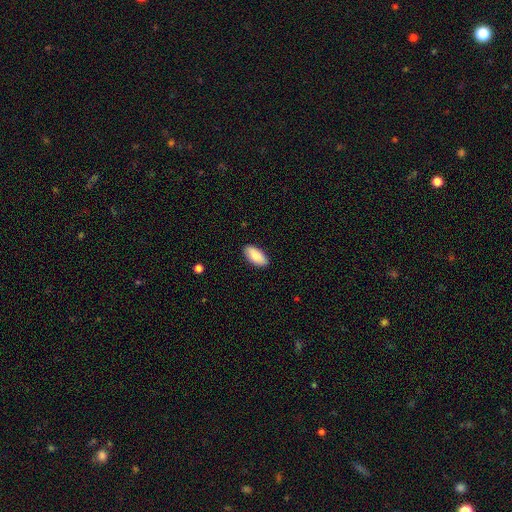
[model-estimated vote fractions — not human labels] This appears to be a smooth galaxy with no disk features (87%) that is in between round and cigar-shaped (90%). Merging: none (88%).